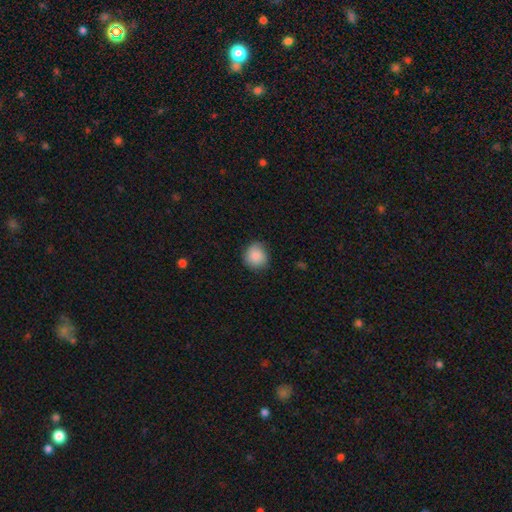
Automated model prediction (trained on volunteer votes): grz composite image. It shows a smooth galaxy with no disk features (87%) that is round (86%). Merging: none (79%).